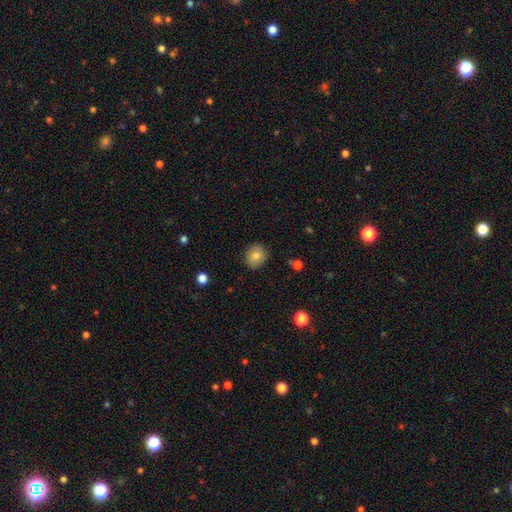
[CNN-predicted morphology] smooth_or_featured: smooth (p=0.80) [alt: featured or disk p=0.12]
how_rounded: round (p=0.75) [alt: in between p=0.24]
merging: none (p=0.86) [alt: minor disturbance p=0.10]